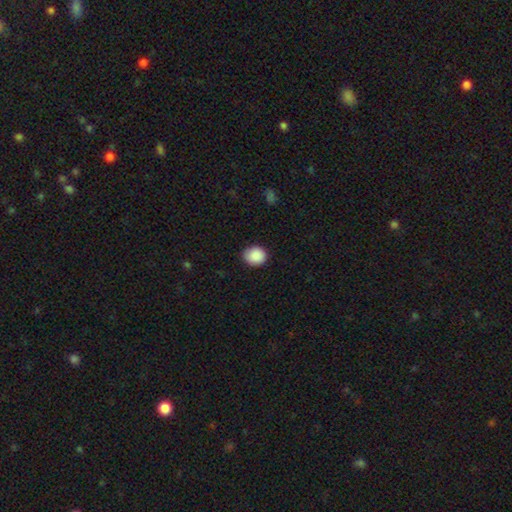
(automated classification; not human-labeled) A smooth galaxy with no disk features (89%) that is round (75%).

Vote fractions:
- Smooth or featured? smooth: 89% / star or artifact: 8% / featured or disk: 3%
- How rounded? round: 75% / in between: 24% / cigar-shaped: 1%
- Merging? none: 83% / minor disturbance: 13% / major disturbance: 2% / merger: 1%